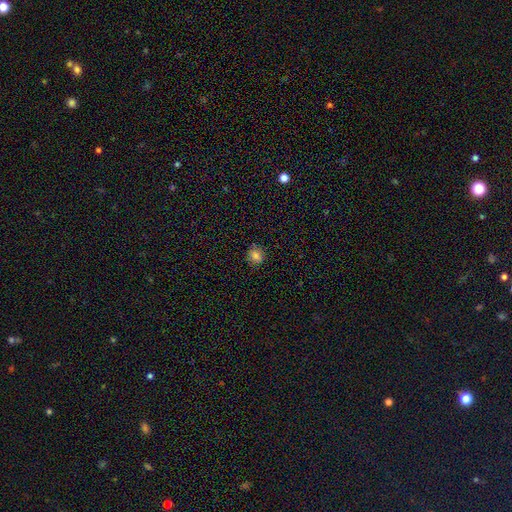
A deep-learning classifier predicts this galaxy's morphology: Smooth or featured? smooth (78%)
How rounded? round (84%)
Merging? none (87%)